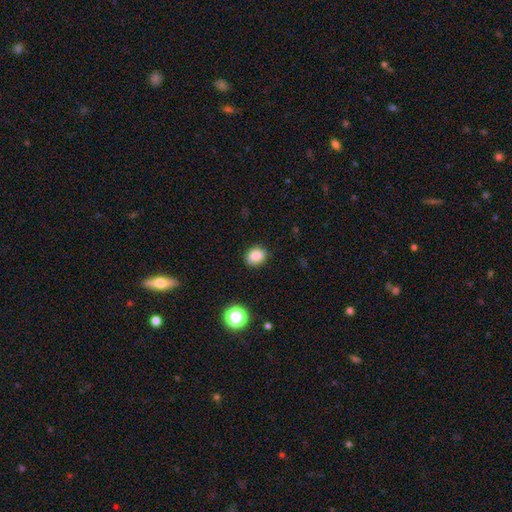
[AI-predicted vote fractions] Overall: smooth (84%). How rounded: round (55%; in between 44%). Merging: none (87%).